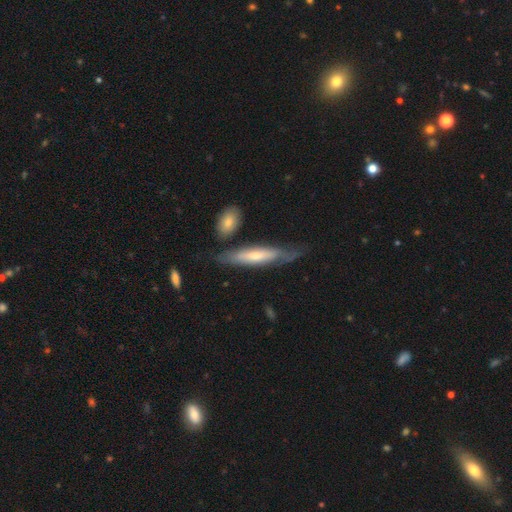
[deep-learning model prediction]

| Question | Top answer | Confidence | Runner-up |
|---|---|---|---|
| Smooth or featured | featured or disk | 49% | smooth (45%) |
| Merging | none | 61% | minor disturbance (24%) |